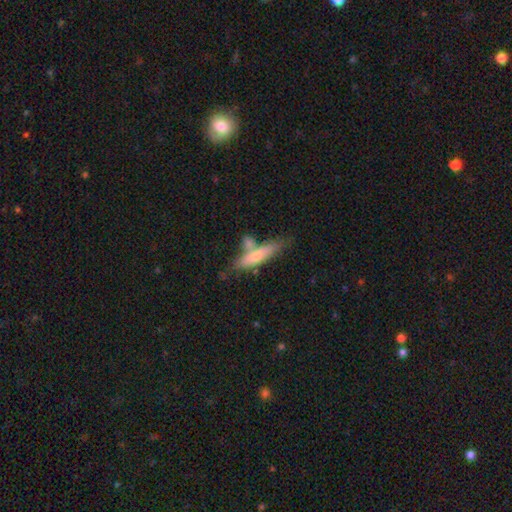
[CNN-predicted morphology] The model was most divided on "merging": none: 53%, merger: 26%, minor disturbance: 16%, major disturbance: 5%. More confident: how rounded — cigar-shaped (75%); smooth or featured — smooth (64%).